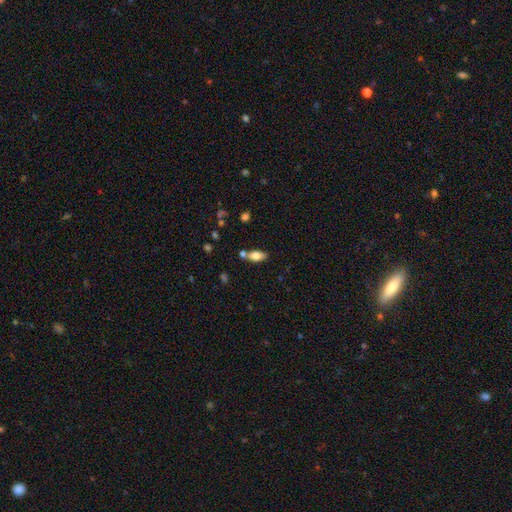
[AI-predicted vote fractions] smooth-or-featured: smooth: 77% | featured or disk: 15% | star or artifact: 8%
  how-rounded: in between: 87% | cigar-shaped: 9% | round: 4%
  merging: none: 69% | minor disturbance: 14% | merger: 14% | major disturbance: 3%